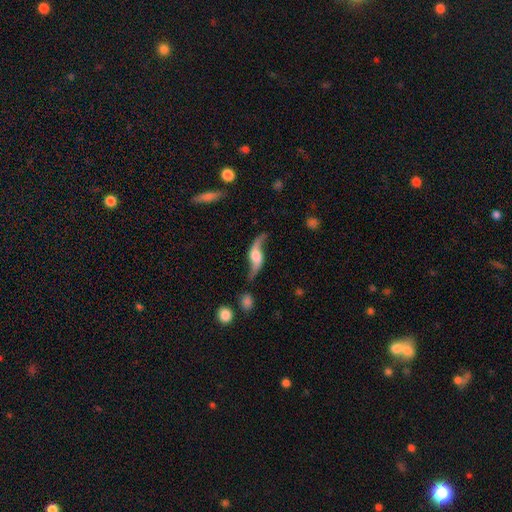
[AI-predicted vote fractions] Morphology: type=featured or disk (85%); edge-on=no (80%); bar=no (55%); spiral arms=yes (95%); winding=loose (92%); arm count=2 (94%); bulge=moderate (38%); merging=none (70%).